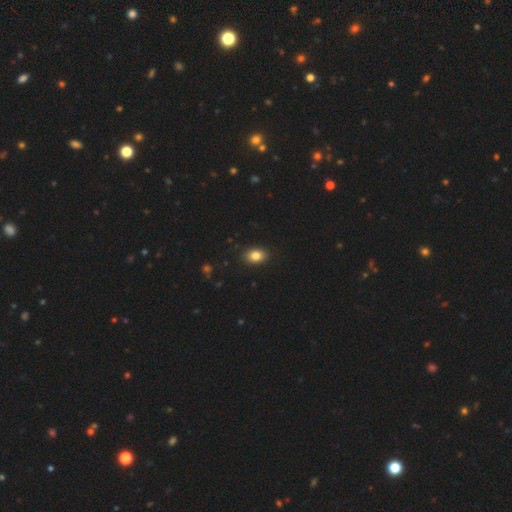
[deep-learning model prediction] Morphology: type=smooth (85%); roundness=in between (79%); merging=none (89%).